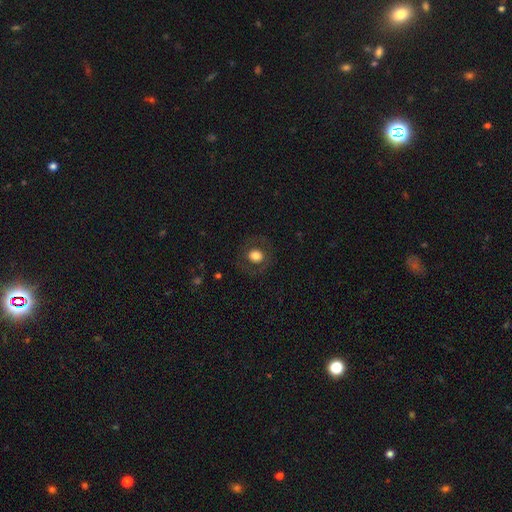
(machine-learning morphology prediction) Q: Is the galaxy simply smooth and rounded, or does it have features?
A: smooth — 70%.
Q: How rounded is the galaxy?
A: round — 75%.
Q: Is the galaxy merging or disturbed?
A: none — 83%.